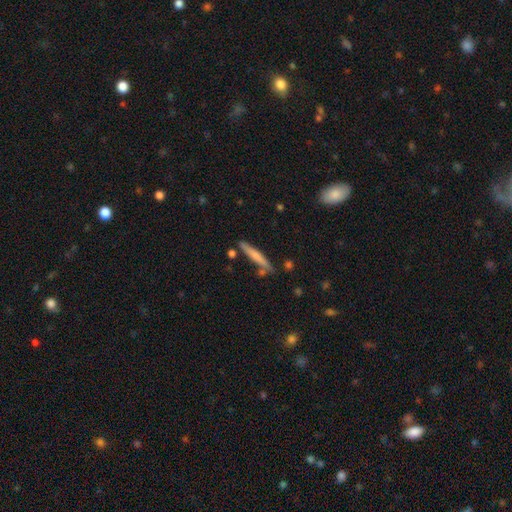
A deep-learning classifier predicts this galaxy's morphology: Overall: smooth (58%; featured or disk 36%). How rounded: cigar-shaped (94%). Merging: none (80%).